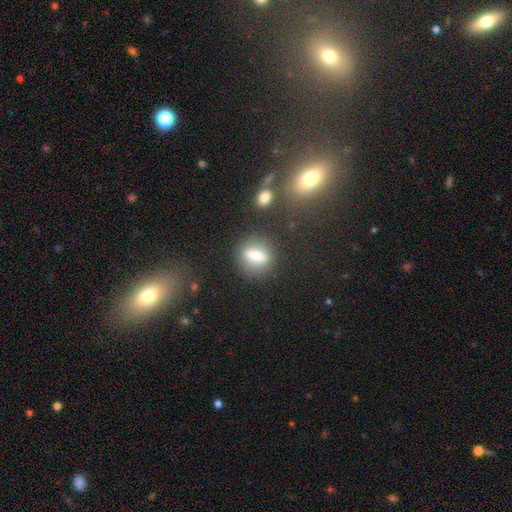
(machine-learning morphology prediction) smooth_or_featured: smooth (p=0.63) [alt: featured or disk p=0.27]
how_rounded: in between (p=0.43) [alt: round p=0.29]
merging: none (p=0.83) [alt: minor disturbance p=0.09]